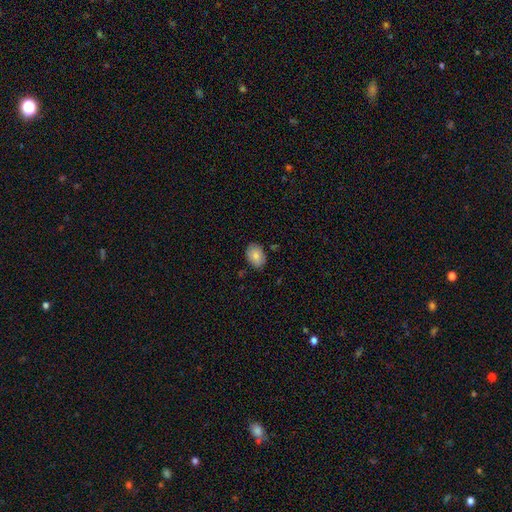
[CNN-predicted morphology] Smooth or featured?
  - smooth: 81% *
  - featured or disk: 12%
  - star or artifact: 7%
How rounded?
  - in between: 80% *
  - round: 19%
  - cigar-shaped: 1%
Merging?
  - none: 81% *
  - minor disturbance: 15%
  - major disturbance: 2%
  - merger: 2%